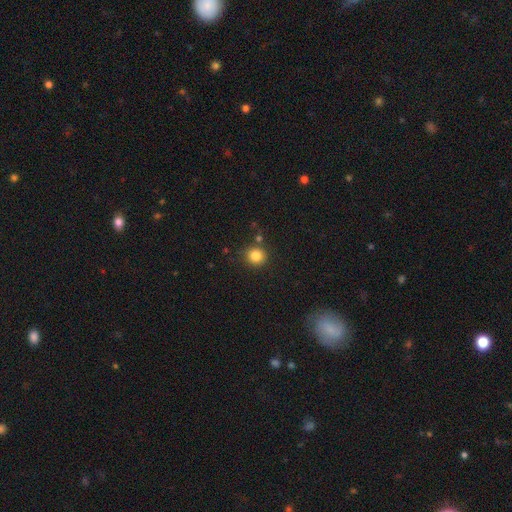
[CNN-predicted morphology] Smooth or featured: smooth — 83% (star or artifact — 12%)
How rounded: round — 92% (in between — 7%)
Merging: none — 84% (minor disturbance — 8%)